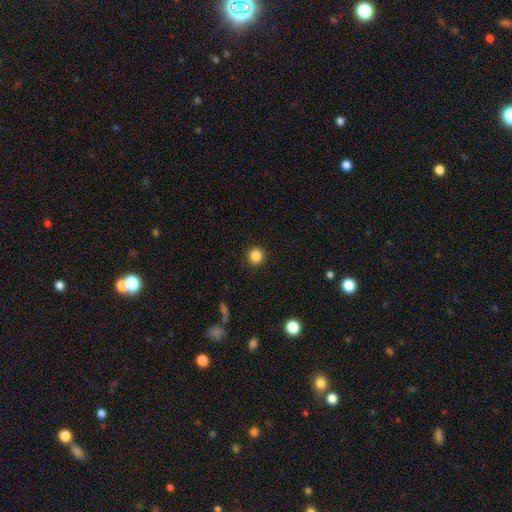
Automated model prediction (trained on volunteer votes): This appears to be a smooth galaxy with no disk features (86%) that is round (94%). Merging: none (92%).